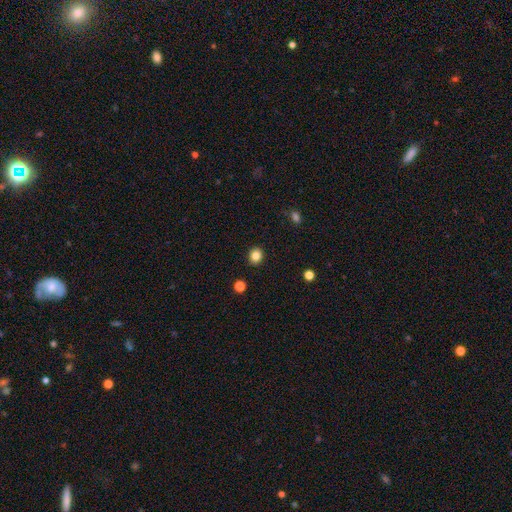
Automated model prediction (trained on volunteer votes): A smooth galaxy with no disk features (83%) that is round (70%). Merging: none (91%).